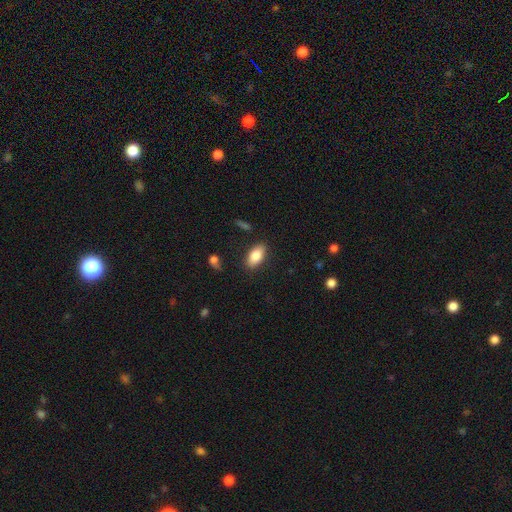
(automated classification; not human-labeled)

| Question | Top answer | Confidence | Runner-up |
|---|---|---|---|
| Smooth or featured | smooth | 82% | featured or disk (11%) |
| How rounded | in between | 91% | cigar-shaped (5%) |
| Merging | none | 86% | minor disturbance (10%) |